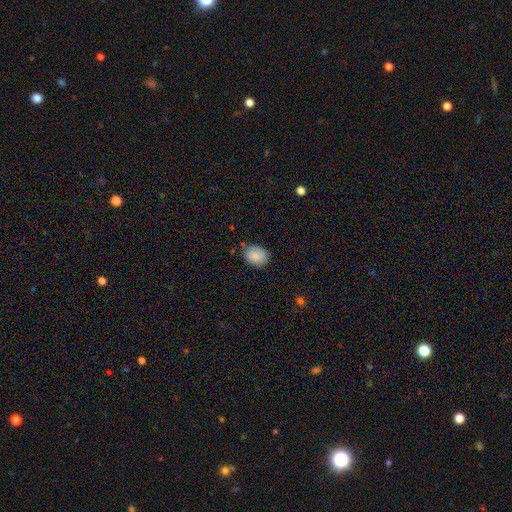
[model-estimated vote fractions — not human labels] Smooth or featured: smooth — 87% (star or artifact — 7%)
How rounded: in between — 63% (round — 36%)
Merging: none — 76% (minor disturbance — 18%)